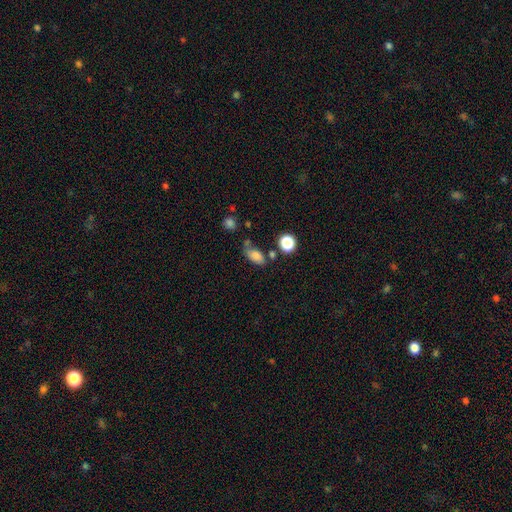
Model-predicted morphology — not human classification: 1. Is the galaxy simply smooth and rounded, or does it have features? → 80% smooth, 11% star or artifact, 9% featured or disk.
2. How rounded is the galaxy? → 85% in between, 10% round, 5% cigar-shaped.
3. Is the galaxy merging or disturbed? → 56% none, 23% minor disturbance, 12% merger, 8% major disturbance.